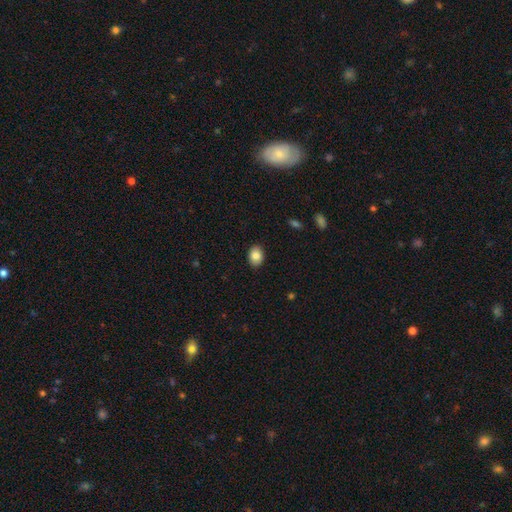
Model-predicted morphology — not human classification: smooth-or-featured: smooth: 85% | star or artifact: 8% | featured or disk: 7%
  how-rounded: in between: 76% | round: 23% | cigar-shaped: 1%
  merging: none: 88% | minor disturbance: 9% | major disturbance: 2% | merger: 1%